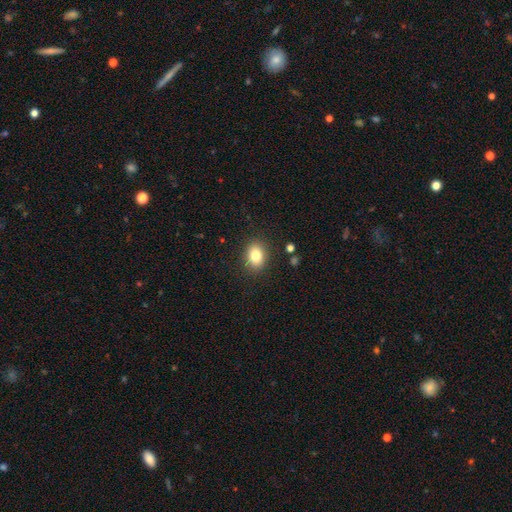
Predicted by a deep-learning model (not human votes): Smooth or featured: smooth — 82% (star or artifact — 10%)
How rounded: in between — 60% (round — 39%)
Merging: none — 88% (minor disturbance — 8%)